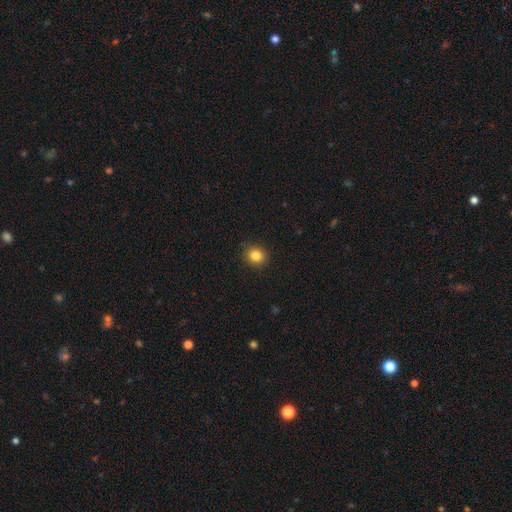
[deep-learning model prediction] Smooth or featured? smooth (84%)
How rounded? round (85%)
Merging? none (91%)